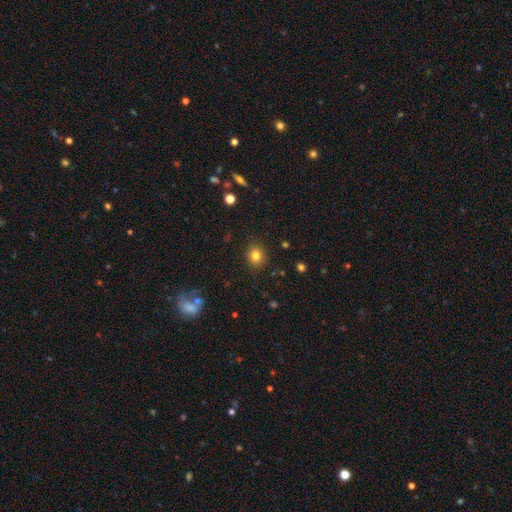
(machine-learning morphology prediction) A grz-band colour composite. It shows a smooth galaxy with no disk features (81%) that is round (77%). Merging: none (88%).